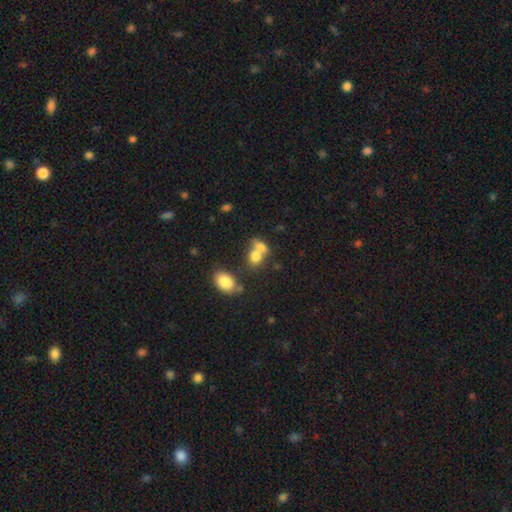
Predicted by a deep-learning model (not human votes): A smooth galaxy with no disk features (76%) that is in between round and cigar-shaped (55%).

Vote fractions:
- Smooth or featured? smooth: 76% / featured or disk: 13% / star or artifact: 11%
- How rounded? in between: 55% / round: 42% / cigar-shaped: 2%
- Merging? merger: 55% / none: 32% / minor disturbance: 9% / major disturbance: 5%